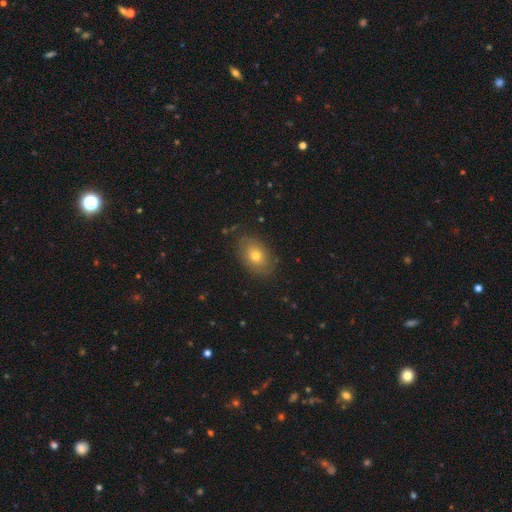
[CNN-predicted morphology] The model was most divided on "smooth or featured": smooth: 65%, featured or disk: 24%, star or artifact: 10%. More confident: merging — none (80%); how rounded — in between (80%).